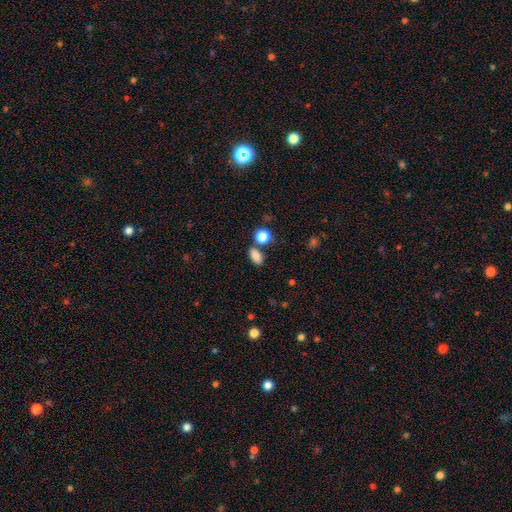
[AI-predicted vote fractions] The model was most divided on "merging": none: 70%, merger: 14%, minor disturbance: 12%, major disturbance: 4%. More confident: how rounded — in between (84%); smooth or featured — smooth (84%).